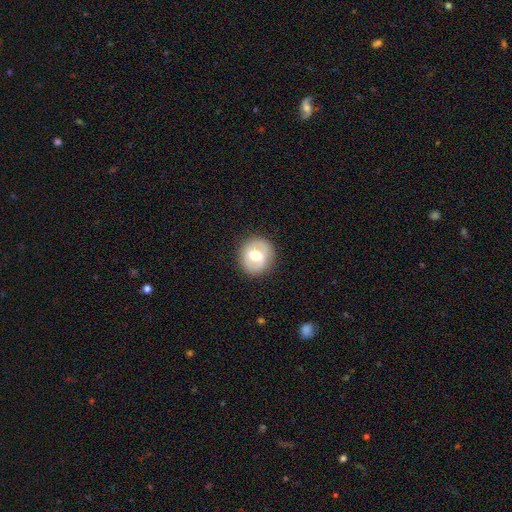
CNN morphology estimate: The model was most divided on "smooth or featured": featured or disk: 49%, smooth: 44%, star or artifact: 7%. More confident: merging — none (86%).